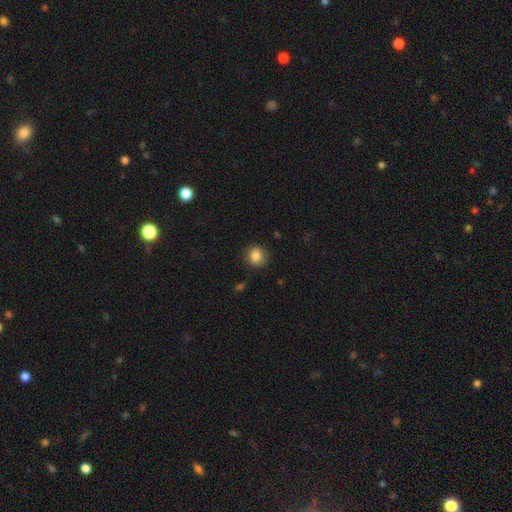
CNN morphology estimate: A smooth galaxy with no disk features (85%) that is round (86%).

Vote fractions:
- Smooth or featured? smooth: 85% / star or artifact: 10% / featured or disk: 5%
- How rounded? round: 86% / in between: 13% / cigar-shaped: 1%
- Merging? none: 86% / minor disturbance: 10% / major disturbance: 3% / merger: 1%